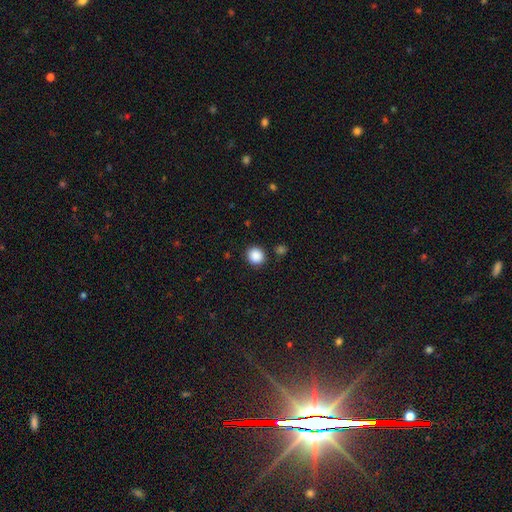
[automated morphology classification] Smooth or featured? Predicted: smooth (p=0.88). How rounded? Predicted: round (p=0.85). Merging? Predicted: none (p=0.88).